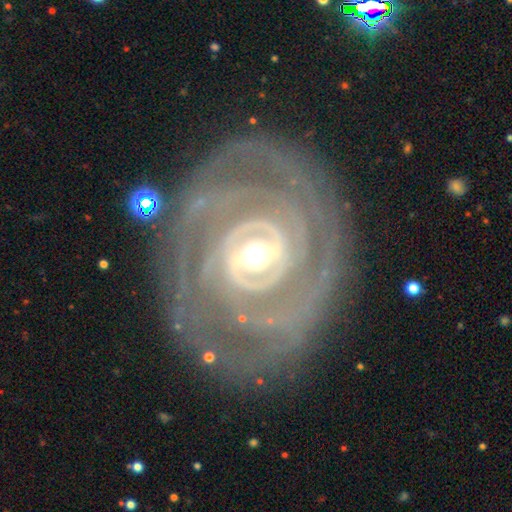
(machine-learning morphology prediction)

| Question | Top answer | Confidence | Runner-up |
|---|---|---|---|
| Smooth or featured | featured or disk | 91% | smooth (5%) |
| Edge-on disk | no | 96% | yes (4%) |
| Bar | strong | 44% | weak (31%) |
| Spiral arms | yes | 91% | no (9%) |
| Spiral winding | tight | 71% | medium (22%) |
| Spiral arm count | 2 | 31% | can't tell (25%) |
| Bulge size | moderate | 66% | large (17%) |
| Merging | none | 74% | minor disturbance (13%) |